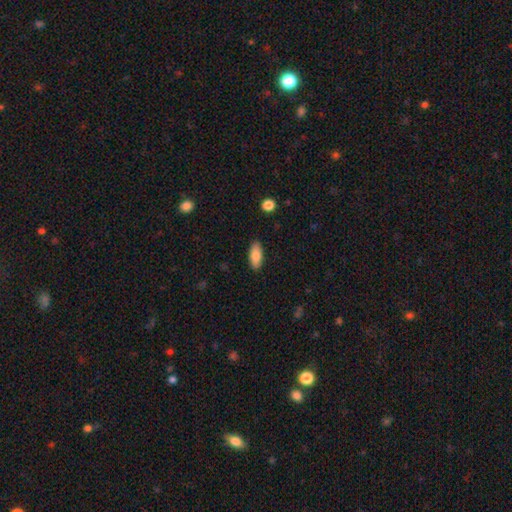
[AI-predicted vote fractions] Smooth or featured? Predicted: smooth (p=0.83). How rounded? Predicted: in between (p=0.81). Merging? Predicted: none (p=0.88).